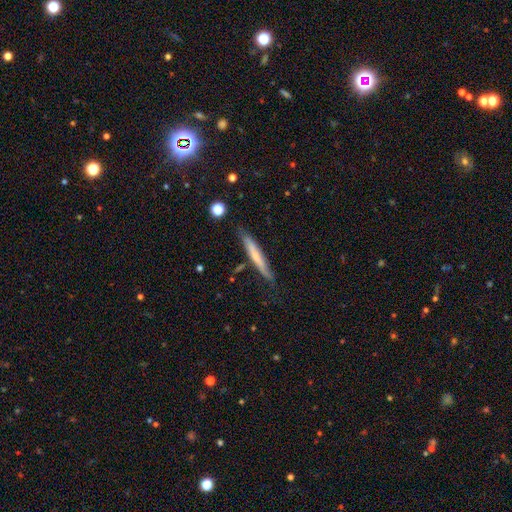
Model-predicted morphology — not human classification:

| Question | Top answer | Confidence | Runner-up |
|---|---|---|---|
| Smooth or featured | smooth | 49% | featured or disk (45%) |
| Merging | none | 79% | minor disturbance (16%) |